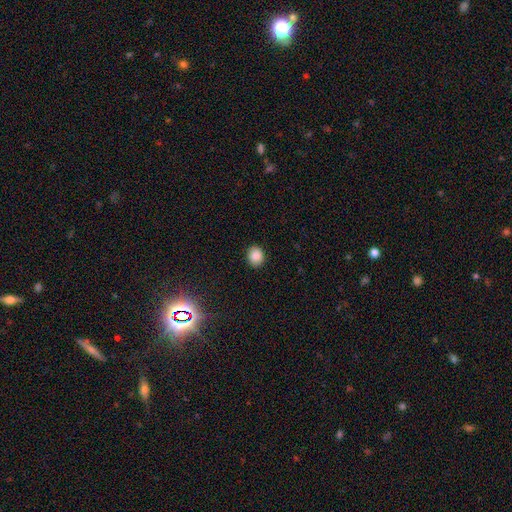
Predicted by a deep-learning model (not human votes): Morphology: type=smooth (87%); roundness=round (66%); merging=none (88%).